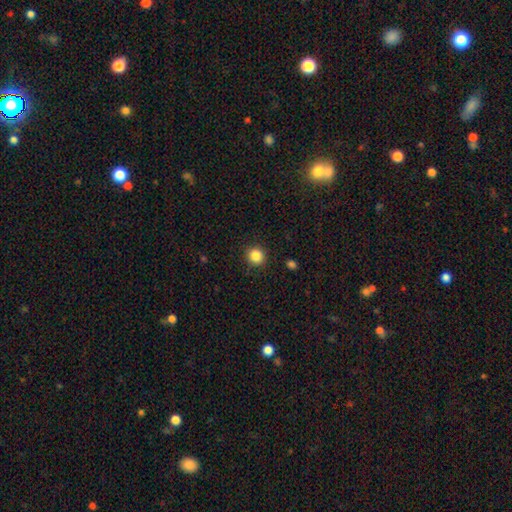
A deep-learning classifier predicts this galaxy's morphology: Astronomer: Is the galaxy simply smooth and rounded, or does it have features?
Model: smooth — 86%.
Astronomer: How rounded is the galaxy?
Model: round — 91%.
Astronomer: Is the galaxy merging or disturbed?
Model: none — 90%.